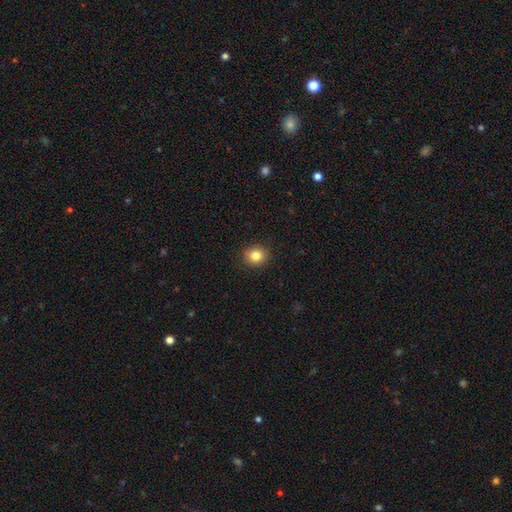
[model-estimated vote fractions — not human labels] A smooth galaxy with no disk features (83%) that is round (81%).

Vote fractions:
- Smooth or featured? smooth: 83% / star or artifact: 11% / featured or disk: 6%
- How rounded? round: 81% / in between: 18% / cigar-shaped: 1%
- Merging? none: 91% / minor disturbance: 6% / major disturbance: 2% / merger: 1%